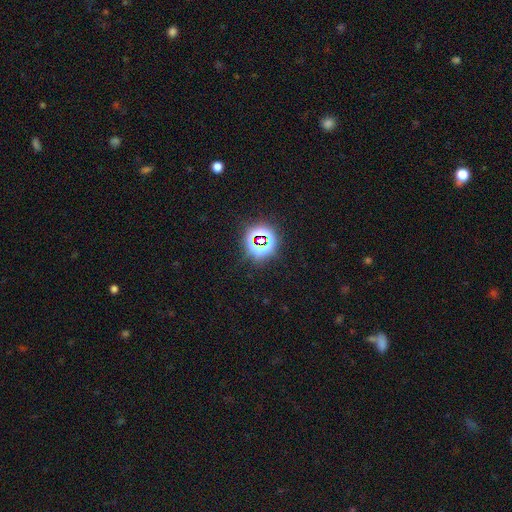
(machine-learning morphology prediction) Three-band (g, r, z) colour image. It shows a star or artifact, not a galaxy (78%).